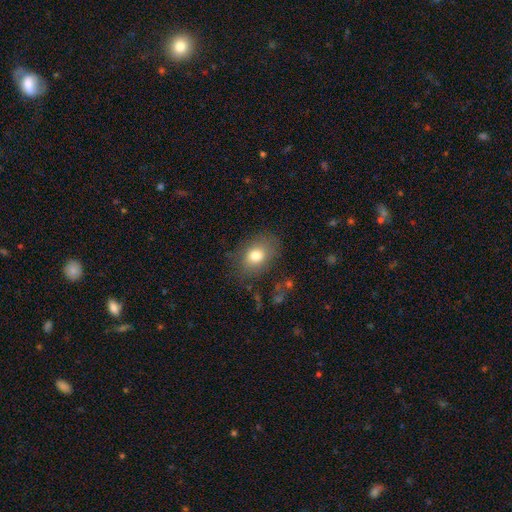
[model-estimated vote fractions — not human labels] This is likely a smooth galaxy (78%). How rounded: likely in between (69%). Merging: likely none (75%).